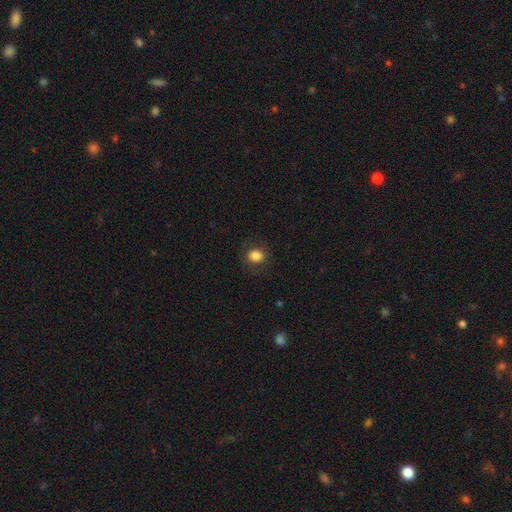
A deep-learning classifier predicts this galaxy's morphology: This is clearly a smooth galaxy (84%). How rounded: likely round (64%). Merging: clearly none (84%).